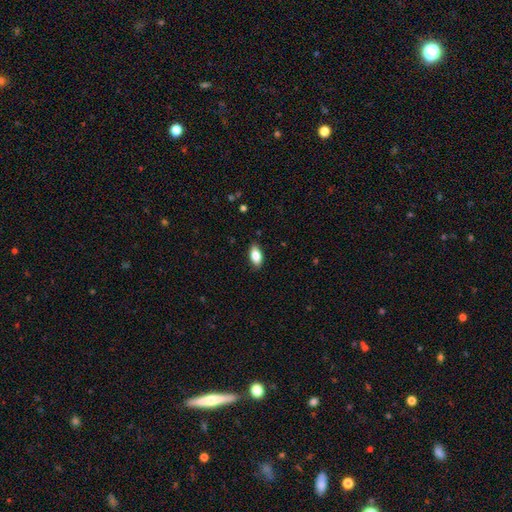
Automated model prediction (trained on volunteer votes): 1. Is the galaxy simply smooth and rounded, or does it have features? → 83% smooth, 10% featured or disk, 7% star or artifact.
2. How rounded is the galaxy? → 90% in between, 6% cigar-shaped, 3% round.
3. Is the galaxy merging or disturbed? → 87% none, 10% minor disturbance, 2% major disturbance, 1% merger.